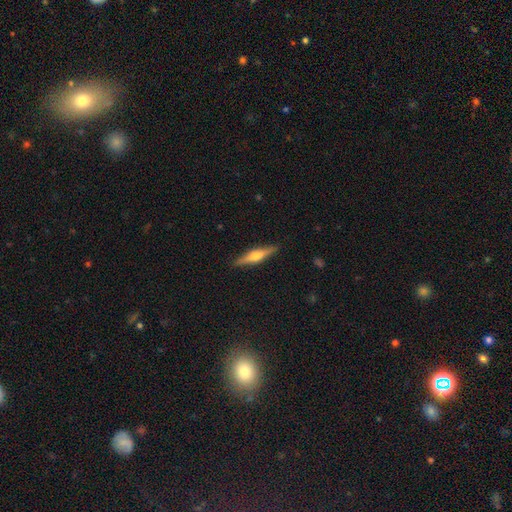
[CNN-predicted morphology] Overall: featured or disk (64%; smooth 30%). Edge-on disk: yes (97%). Edge-on bulge: rounded (89%). Merging: none (90%).